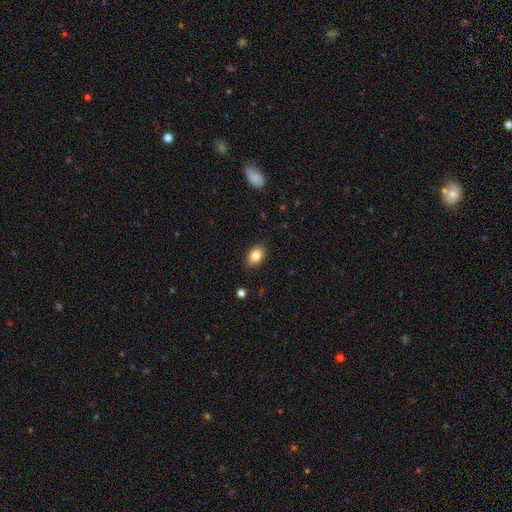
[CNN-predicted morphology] type=smooth (83%); roundness=in between (85%); merging=none (89%).